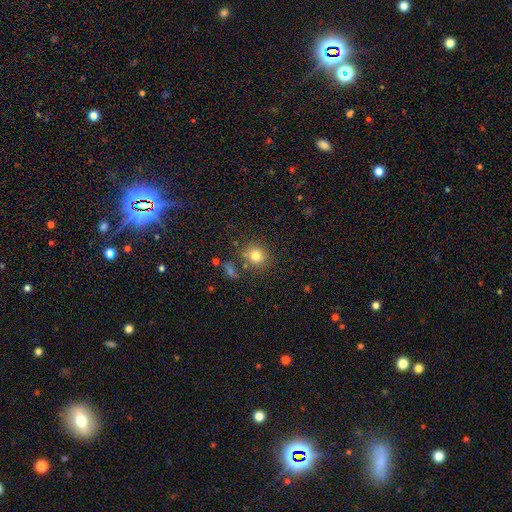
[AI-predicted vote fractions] smooth 80%, star or artifact 12%, featured or disk 8%. Down the decision tree: how rounded — round (86%); merging — none (78%).